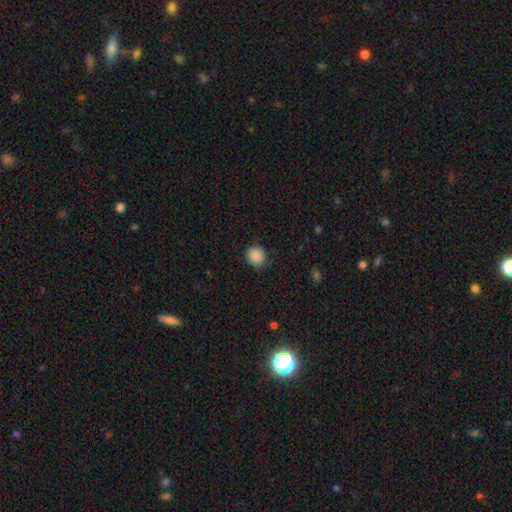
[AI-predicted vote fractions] The model was most divided on "how rounded": round: 81%, in between: 18%, cigar-shaped: 1%. More confident: smooth or featured — smooth (88%); merging — none (79%).